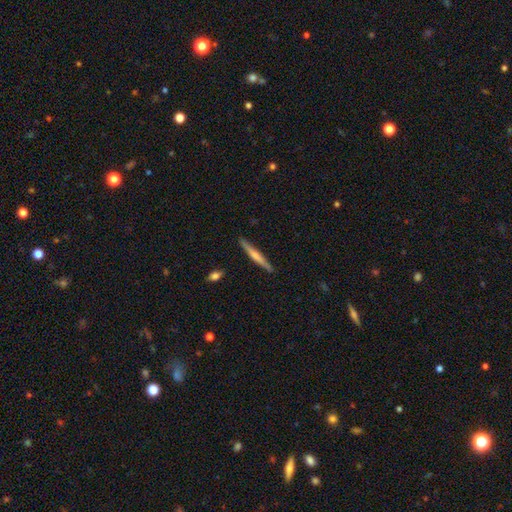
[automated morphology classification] smooth_or_featured: smooth (p=0.48) [alt: featured or disk p=0.46]
merging: none (p=0.88) [alt: minor disturbance p=0.09]